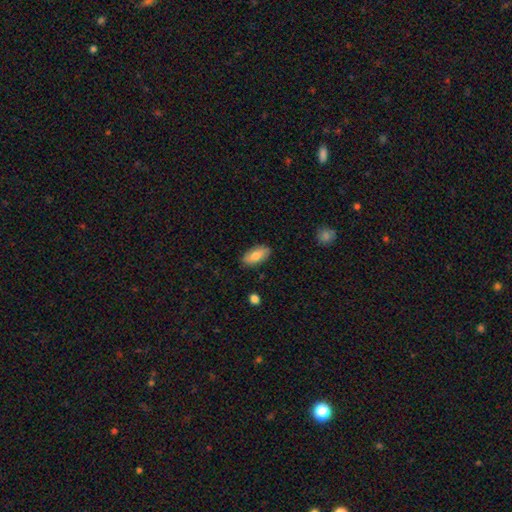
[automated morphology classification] Overall: smooth (75%). How rounded: in between (89%). Merging: none (86%).